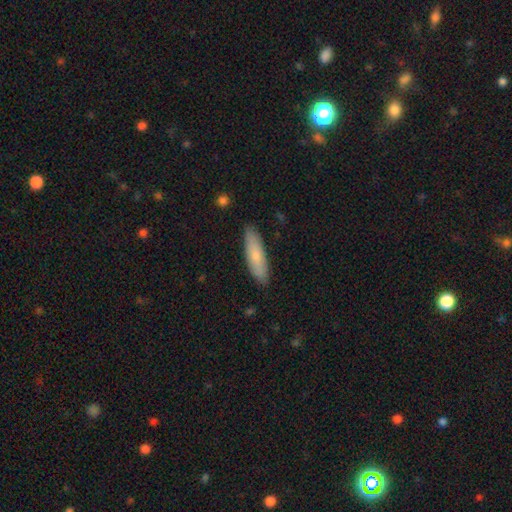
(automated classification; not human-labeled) smooth_or_featured: smooth (p=0.75) [alt: featured or disk p=0.20]
how_rounded: cigar-shaped (p=0.62) [alt: in between p=0.36]
merging: none (p=0.86) [alt: minor disturbance p=0.11]